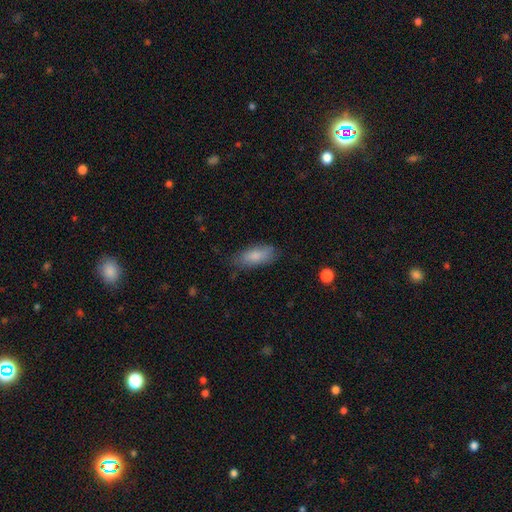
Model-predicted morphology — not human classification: Smooth or featured?
  - smooth: 82% *
  - featured or disk: 11%
  - star or artifact: 7%
How rounded?
  - in between: 82% *
  - cigar-shaped: 16%
  - round: 2%
Merging?
  - none: 70% *
  - minor disturbance: 23%
  - major disturbance: 6%
  - merger: 2%